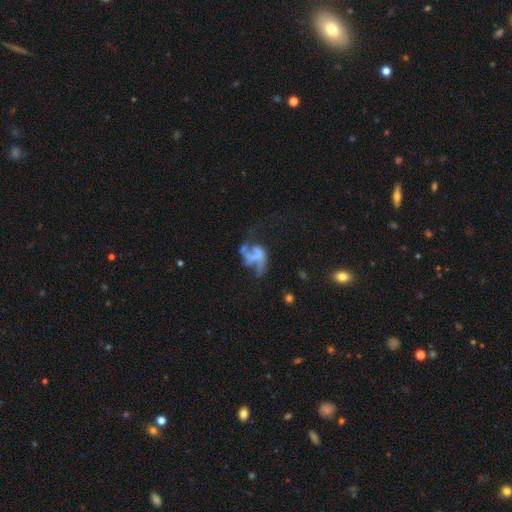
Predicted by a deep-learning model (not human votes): featured or disk 58%, smooth 26%, star or artifact 15%. Down the decision tree: edge-on disk — no (97%); bar — no (76%); spiral arms — no (67%); bulge size — none (79%); merging — major disturbance (46%).